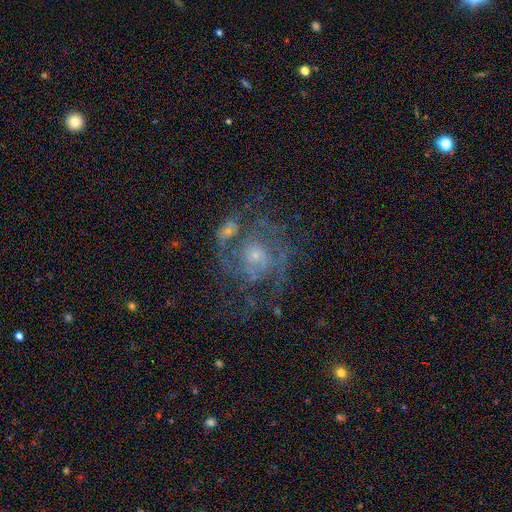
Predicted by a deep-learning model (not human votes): smooth-or-featured: featured or disk: 79% | star or artifact: 11% | smooth: 10%
  disk-edge-on: no: 98% | yes: 2%
    bar: no: 68% | weak: 27% | strong: 6%
    has-spiral-arms: yes: 87% | no: 13%
      spiral-winding: medium: 46% | tight: 40% | loose: 15%
      spiral-arm-count: 2: 40% | can't tell: 28% | 3: 16% | 4: 6% | 1: 5% | more than 4: 5%
    bulge-size: small: 55% | moderate: 35% | none: 5% | large: 4% | dominant: 1%
  merging: none: 58% | major disturbance: 17% | minor disturbance: 16% | merger: 10%